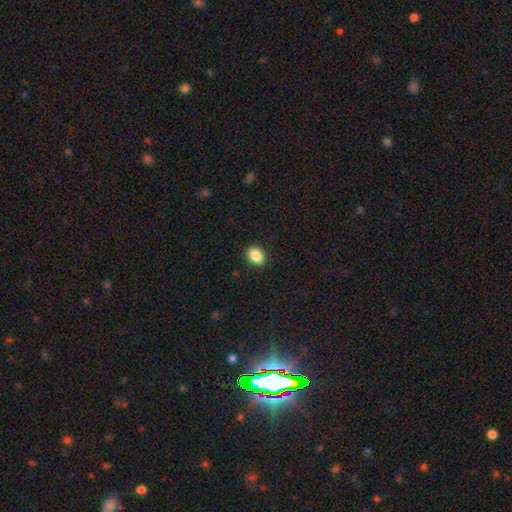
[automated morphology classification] type=smooth (88%); roundness=in between (75%); merging=none (89%).